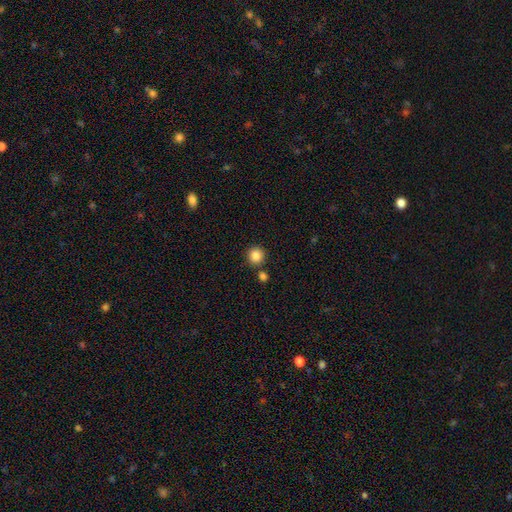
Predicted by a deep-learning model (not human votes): Smooth or featured? smooth (85%)
How rounded? round (94%)
Merging? none (83%)